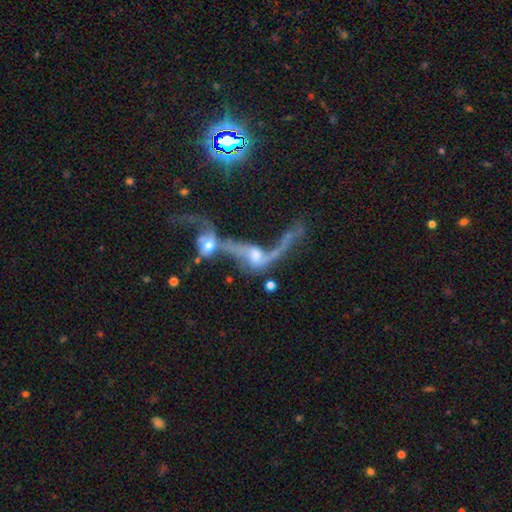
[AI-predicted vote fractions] A featured or disk galaxy (69%) with no bar (65%), spiral arms (69%) and a moderate central bulge (48%). Merging: merger (75%).